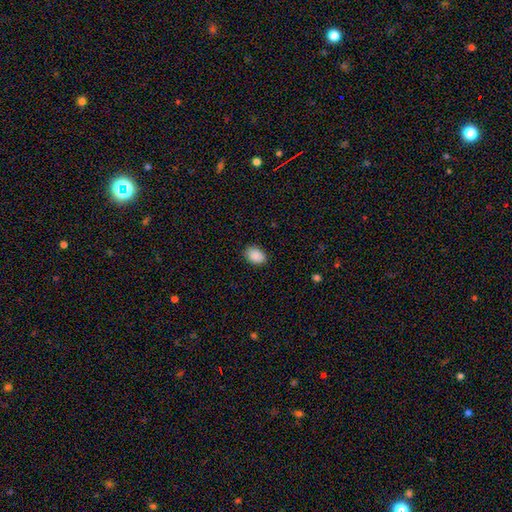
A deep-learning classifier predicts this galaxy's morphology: type=smooth (90%); roundness=in between (79%); merging=none (87%).